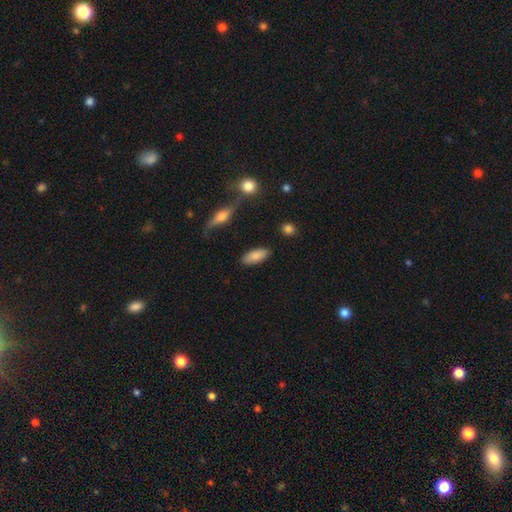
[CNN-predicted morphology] Smooth or featured?
  - smooth: 83% *
  - featured or disk: 10%
  - star or artifact: 6%
How rounded?
  - in between: 82% *
  - cigar-shaped: 15%
  - round: 2%
Merging?
  - none: 85% *
  - minor disturbance: 10%
  - major disturbance: 2%
  - merger: 2%